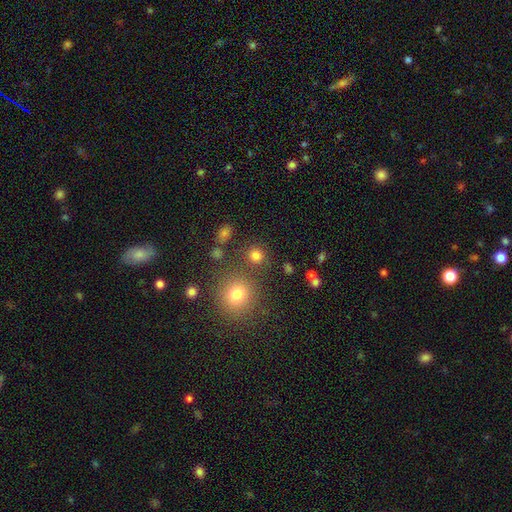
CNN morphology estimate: A smooth galaxy with no disk features (78%) that is round (90%).

Vote fractions:
- Smooth or featured? smooth: 78% / star or artifact: 16% / featured or disk: 6%
- How rounded? round: 90% / in between: 9% / cigar-shaped: 1%
- Merging? none: 81% / merger: 8% / minor disturbance: 8% / major disturbance: 4%